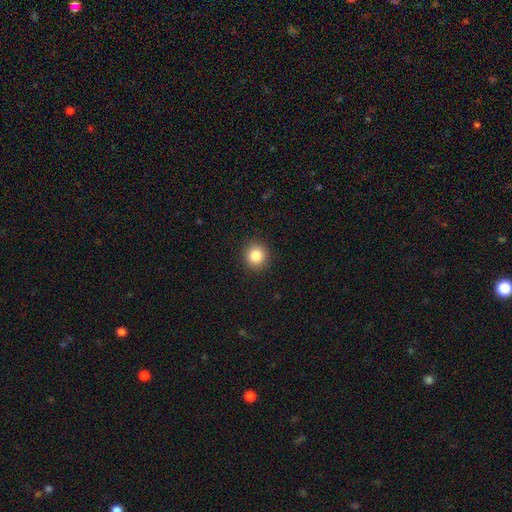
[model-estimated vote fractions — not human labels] Morphology: type=smooth (85%); roundness=round (92%); merging=none (92%).